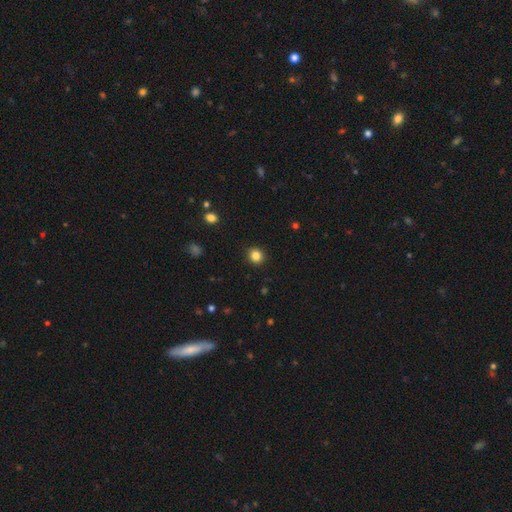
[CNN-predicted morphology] A smooth galaxy with no disk features (85%) that is round (86%). Merging: none (92%).